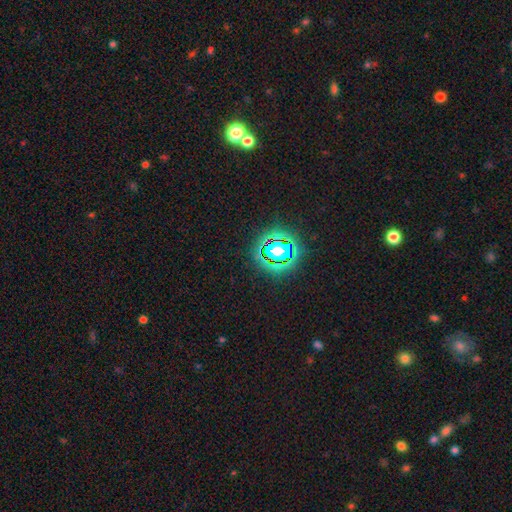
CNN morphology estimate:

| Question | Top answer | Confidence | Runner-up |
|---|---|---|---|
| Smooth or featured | star or artifact | 83% | smooth (11%) |